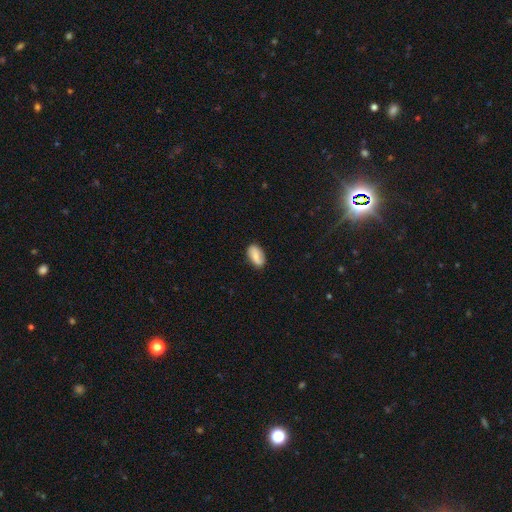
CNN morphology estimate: Smooth or featured? Predicted: smooth (p=0.74). How rounded? Predicted: in between (p=0.92). Merging? Predicted: none (p=0.82).